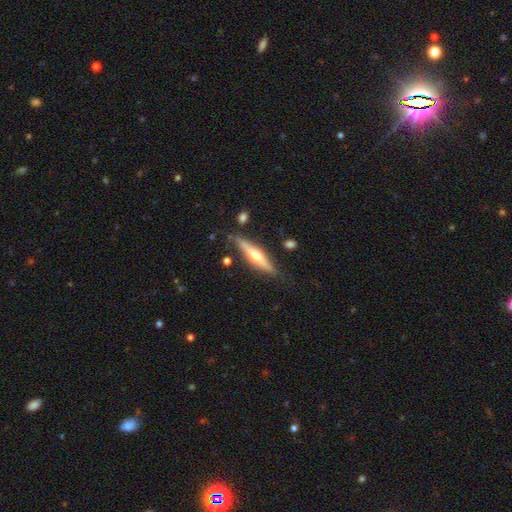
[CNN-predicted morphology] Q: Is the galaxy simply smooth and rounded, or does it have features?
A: featured or disk — 66%.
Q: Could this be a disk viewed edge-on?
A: yes — 96%.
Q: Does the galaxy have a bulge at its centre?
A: rounded — 91%.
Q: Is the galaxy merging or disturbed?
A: none — 83%.